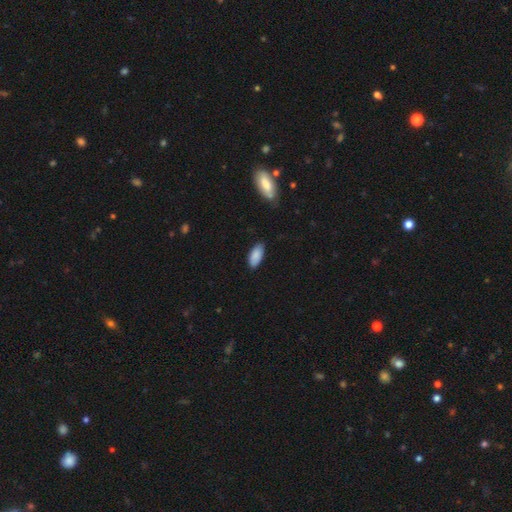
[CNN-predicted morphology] type=smooth (87%); roundness=in between (89%); merging=none (80%).